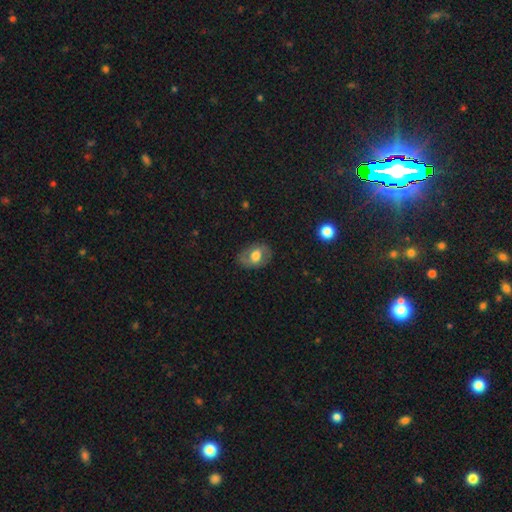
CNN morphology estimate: Smooth or featured? Predicted: smooth (p=0.52). How rounded? Predicted: in between (p=0.73). Merging? Predicted: none (p=0.76).